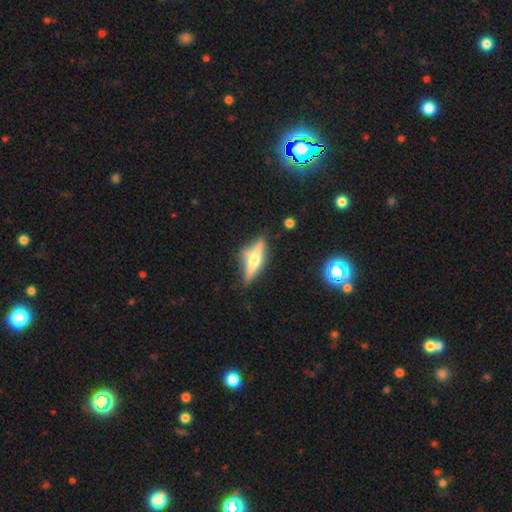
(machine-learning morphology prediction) The model was most divided on "smooth or featured": featured or disk: 67%, smooth: 25%, star or artifact: 8%. More confident: edge-on disk — yes (94%); edge-on bulge — rounded (88%); merging — none (80%).